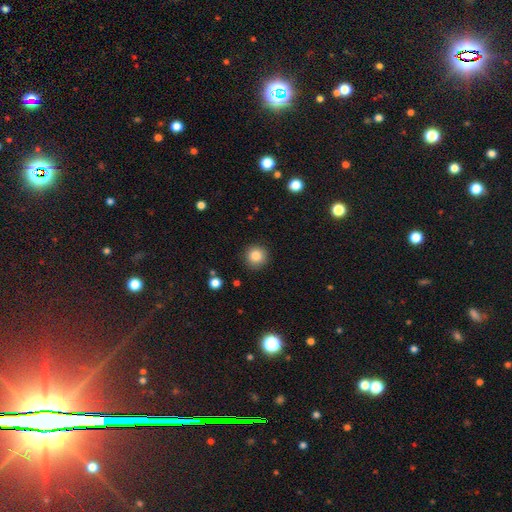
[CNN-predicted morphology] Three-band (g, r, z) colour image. It shows a smooth galaxy with no disk features (85%) that is round (94%). Merging: none (89%).